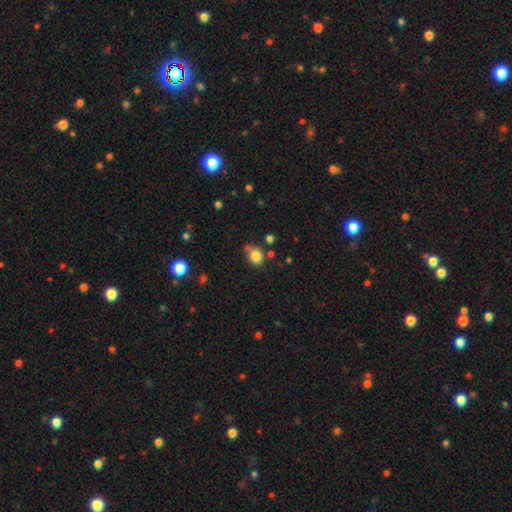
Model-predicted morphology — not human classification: This is clearly a smooth galaxy (83%). How rounded: likely round (63%). Merging: likely none (65%).